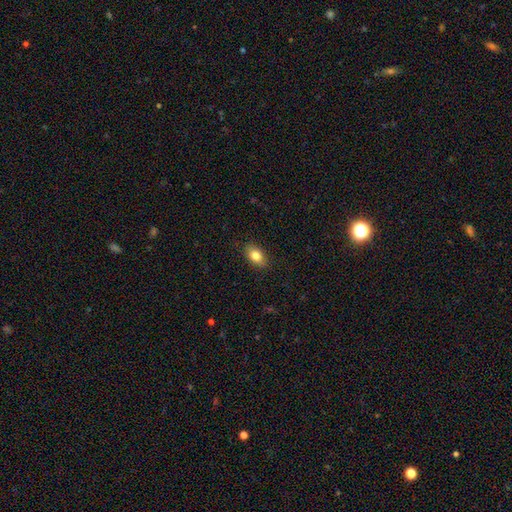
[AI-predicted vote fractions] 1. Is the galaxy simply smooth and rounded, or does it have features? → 82% smooth, 10% featured or disk, 8% star or artifact.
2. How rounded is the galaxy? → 89% in between, 9% round, 3% cigar-shaped.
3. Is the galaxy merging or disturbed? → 88% none, 9% minor disturbance, 2% major disturbance, 1% merger.